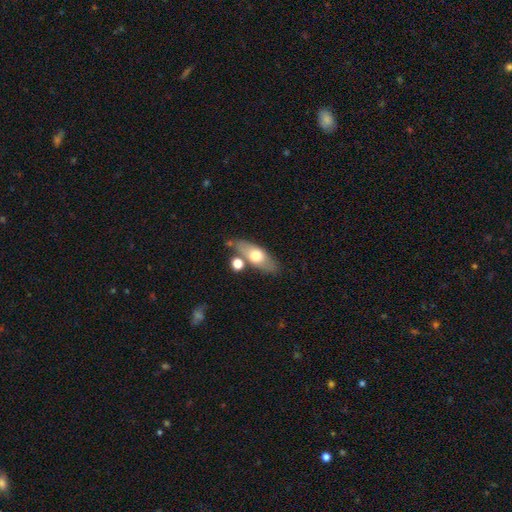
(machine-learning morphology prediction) Smooth or featured? Predicted: smooth (p=0.59). How rounded? Predicted: in between (p=0.68). Merging? Predicted: none (p=0.70).